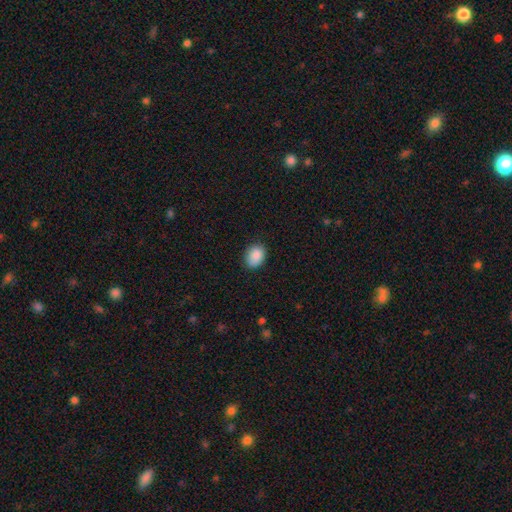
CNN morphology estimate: type=smooth (88%); roundness=in between (67%); merging=none (81%).